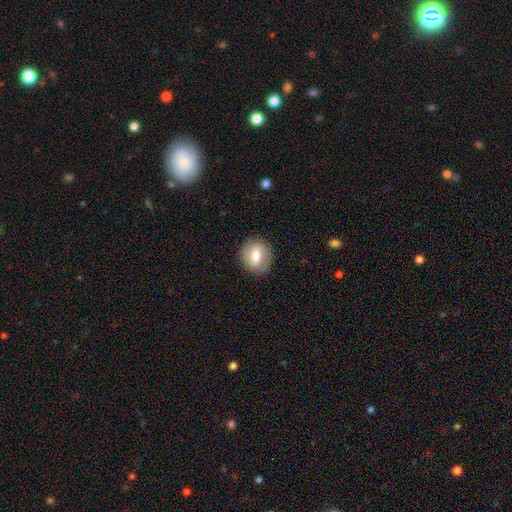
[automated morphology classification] smooth 67%, featured or disk 25%, star or artifact 8%. Down the decision tree: how rounded — round (70%); merging — none (87%).